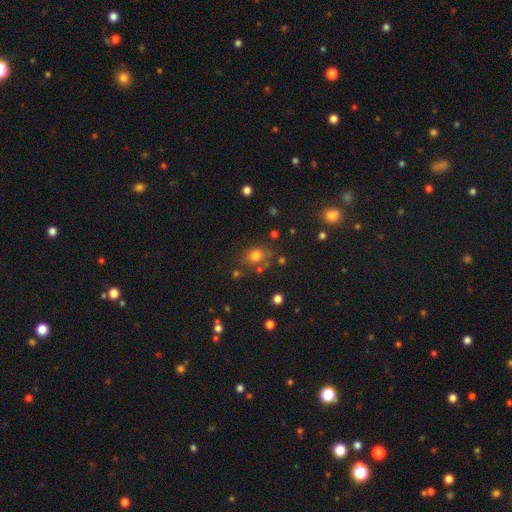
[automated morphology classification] smooth 74%, star or artifact 16%, featured or disk 10%. Down the decision tree: how rounded — round (58%); merging — none (66%).